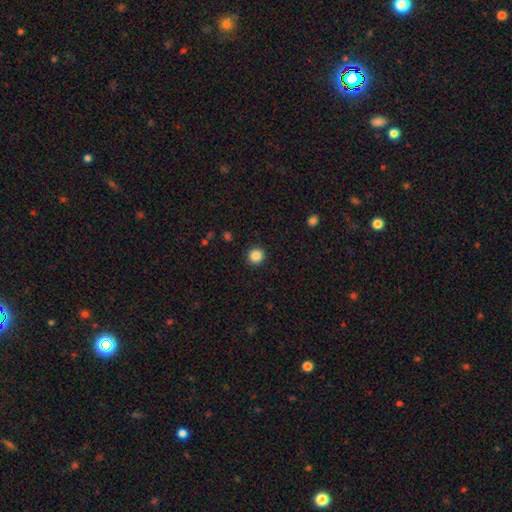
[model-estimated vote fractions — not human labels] Overall: smooth (86%). How rounded: round (94%). Merging: none (92%).